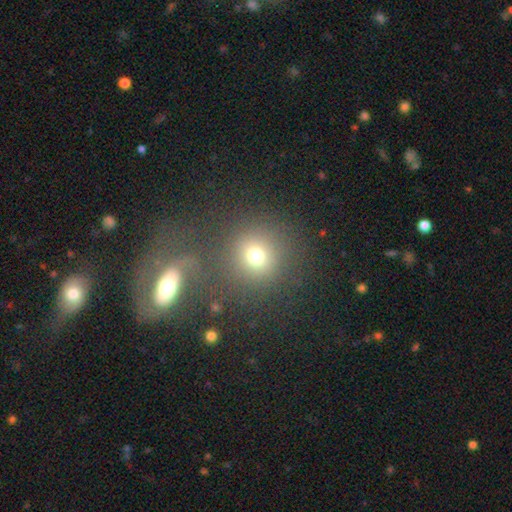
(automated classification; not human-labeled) Smooth or featured: smooth — 72% (star or artifact — 17%)
How rounded: round — 89% (in between — 10%)
Merging: none — 71% (merger — 14%)